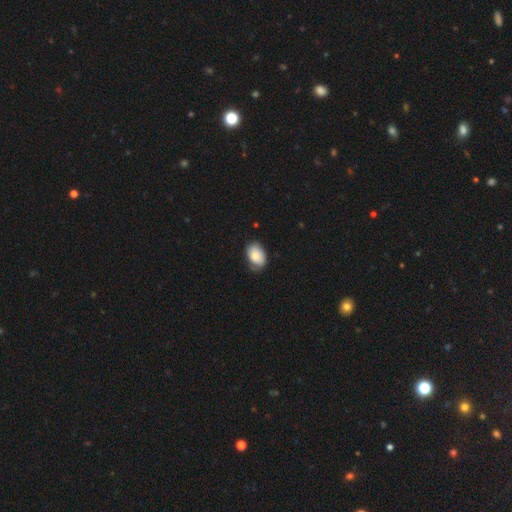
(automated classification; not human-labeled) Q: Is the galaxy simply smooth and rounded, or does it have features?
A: smooth — 81%.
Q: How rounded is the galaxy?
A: in between — 85%.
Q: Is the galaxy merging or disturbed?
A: none — 68%.